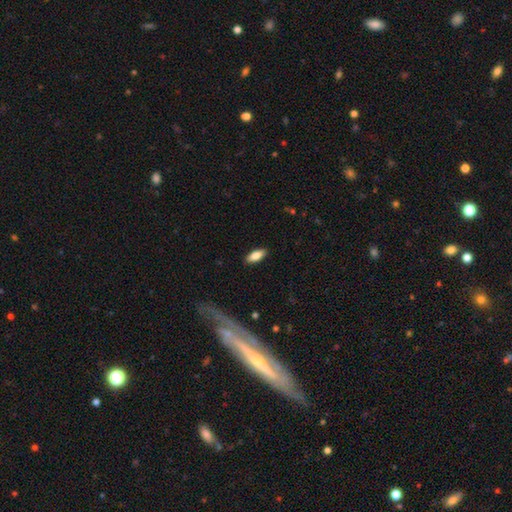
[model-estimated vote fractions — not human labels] This is clearly a smooth galaxy (81%). How rounded: likely in between (79%). Merging: clearly none (88%).